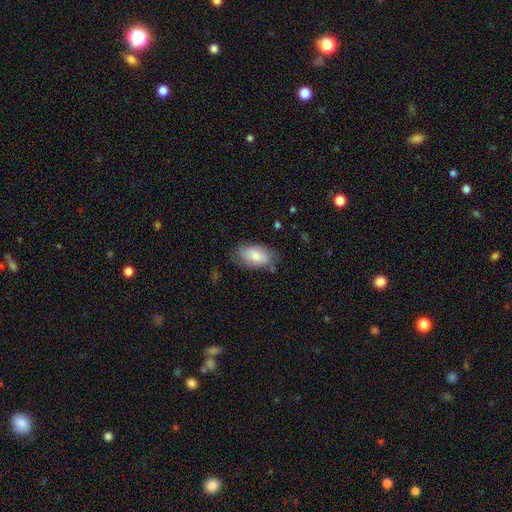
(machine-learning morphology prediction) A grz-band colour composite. It shows a smooth galaxy with no disk features (69%) that is in between round and cigar-shaped (93%). Merging: none (62%).